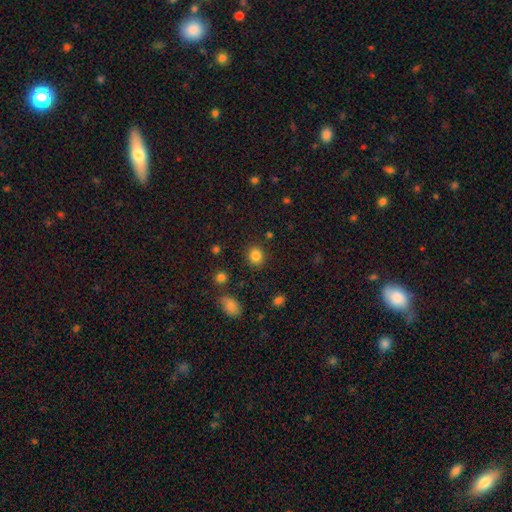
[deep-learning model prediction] A smooth galaxy with no disk features (84%) that is round (76%).

Vote fractions:
- Smooth or featured? smooth: 84% / star or artifact: 12% / featured or disk: 5%
- How rounded? round: 76% / in between: 24% / cigar-shaped: 1%
- Merging? none: 87% / minor disturbance: 8% / major disturbance: 3% / merger: 2%